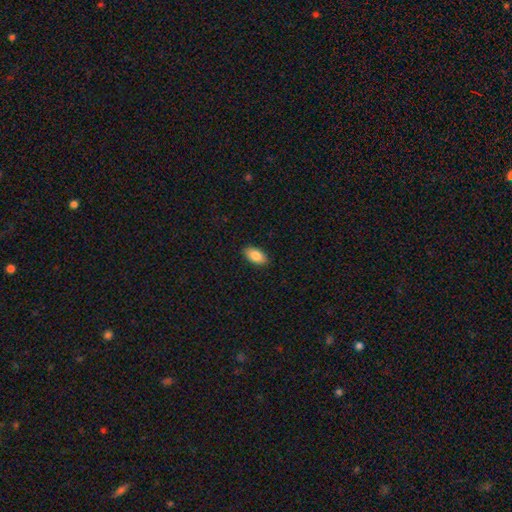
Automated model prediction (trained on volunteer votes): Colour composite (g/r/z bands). It shows a smooth galaxy with no disk features (87%) that is in between round and cigar-shaped (94%). Merging: none (89%).